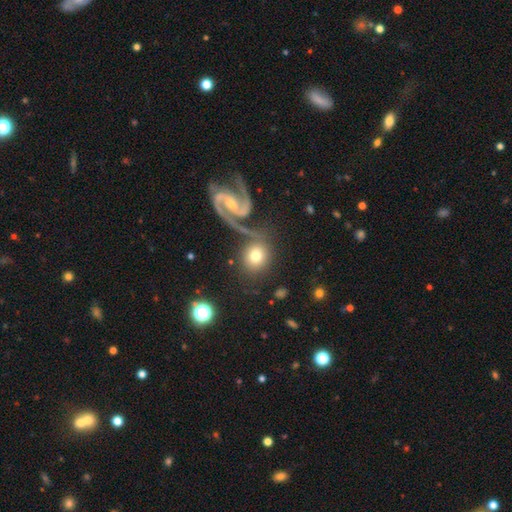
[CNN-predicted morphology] This is likely a smooth galaxy (62%). How rounded: likely round (77%). Merging: likely none (66%).